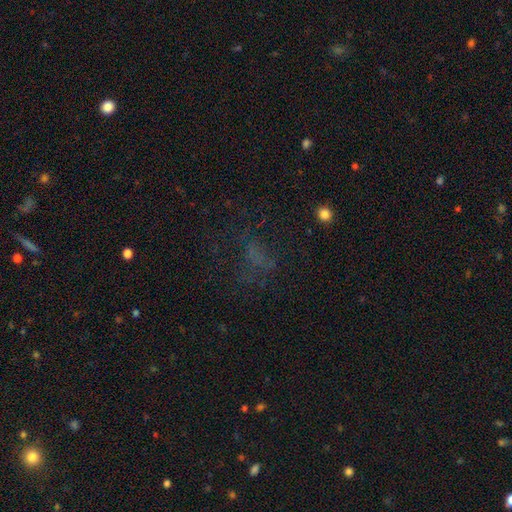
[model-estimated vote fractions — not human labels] Q: Smooth or featured?
A: smooth (38%); runner-up: star or artifact (37%)
Q: Merging?
A: none (53%); runner-up: major disturbance (27%)